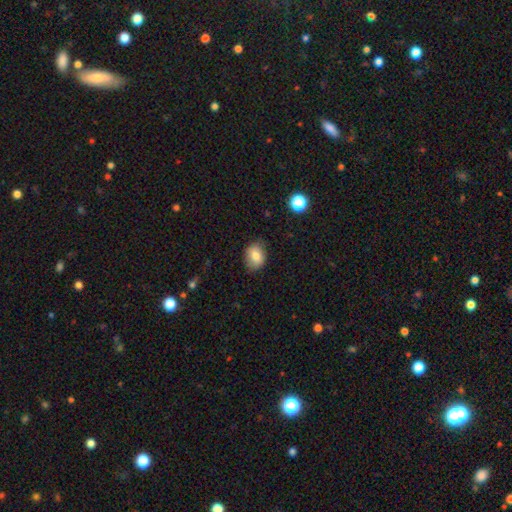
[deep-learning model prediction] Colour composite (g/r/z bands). It shows a smooth galaxy with no disk features (79%) that is in between round and cigar-shaped (64%). Merging: none (77%).